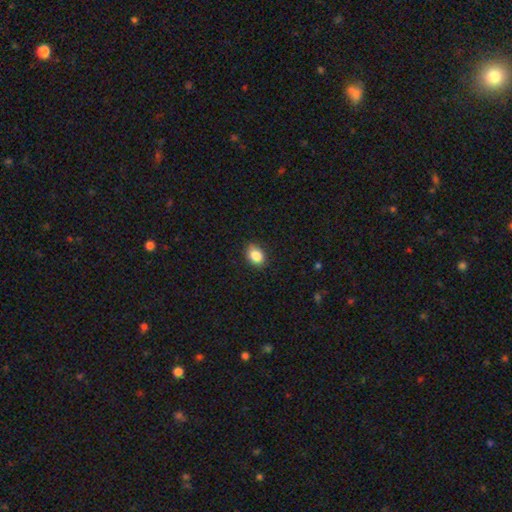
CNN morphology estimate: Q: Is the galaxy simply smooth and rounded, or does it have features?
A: smooth — 86%.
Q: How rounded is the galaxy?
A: in between — 71%.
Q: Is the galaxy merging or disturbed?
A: none — 83%.